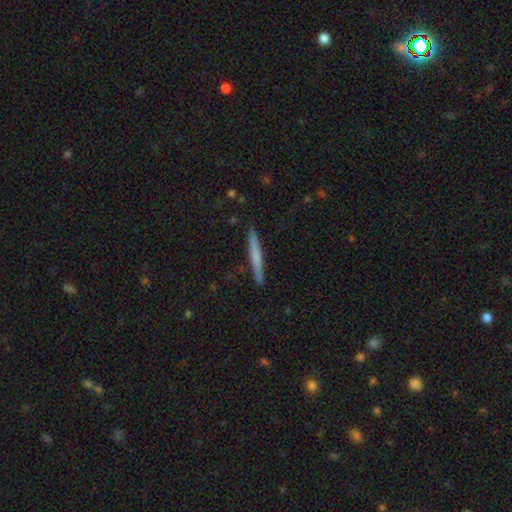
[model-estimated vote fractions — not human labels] A smooth galaxy with no disk features (55%) that is cigar-shaped (96%).

Vote fractions:
- Smooth or featured? smooth: 55% / featured or disk: 39% / star or artifact: 6%
- How rounded? cigar-shaped: 96% / in between: 3% / round: 1%
- Merging? none: 90% / minor disturbance: 7% / major disturbance: 1% / merger: 1%